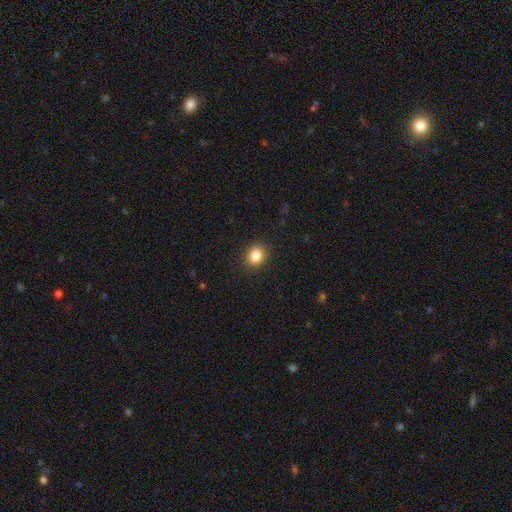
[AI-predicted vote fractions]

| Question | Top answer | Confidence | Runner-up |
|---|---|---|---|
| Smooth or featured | smooth | 84% | star or artifact (10%) |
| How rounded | round | 55% | in between (44%) |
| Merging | none | 90% | minor disturbance (7%) |